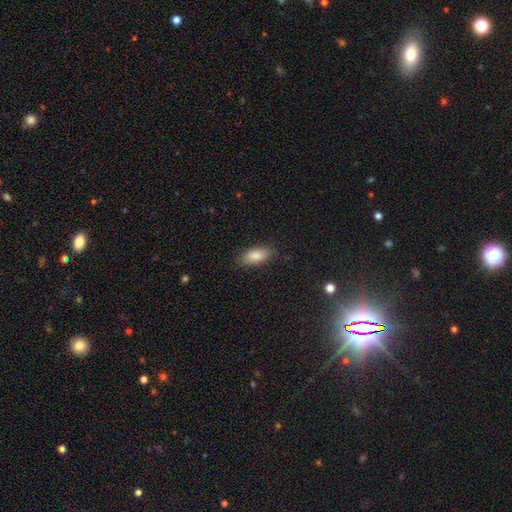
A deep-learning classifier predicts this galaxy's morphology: Smooth or featured?
  - smooth: 86% *
  - featured or disk: 7%
  - star or artifact: 7%
How rounded?
  - in between: 87% *
  - cigar-shaped: 11%
  - round: 3%
Merging?
  - none: 85% *
  - minor disturbance: 11%
  - major disturbance: 3%
  - merger: 1%